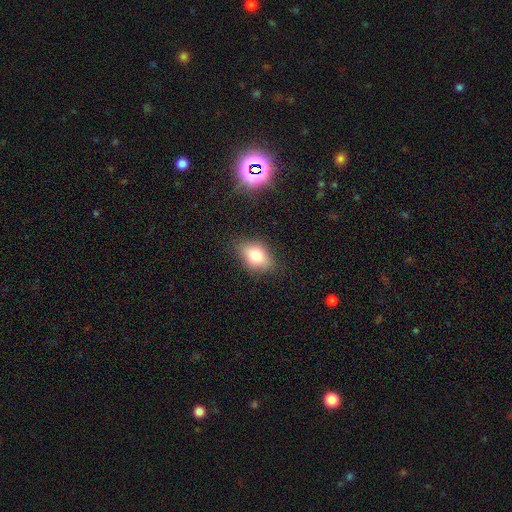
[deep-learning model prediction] Smooth or featured: smooth — 75% (featured or disk — 15%)
How rounded: in between — 77% (round — 21%)
Merging: none — 79% (minor disturbance — 15%)